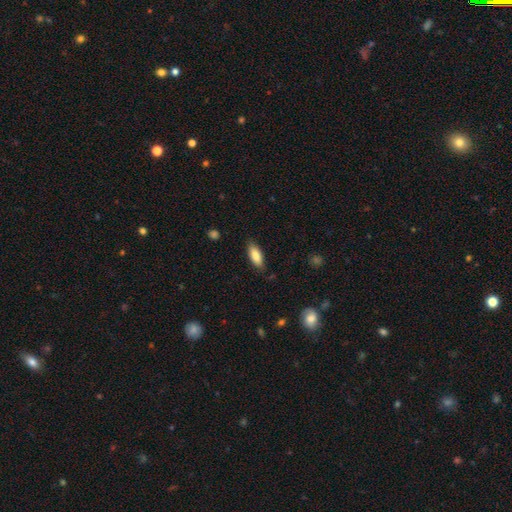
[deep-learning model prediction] smooth 85%, featured or disk 9%, star or artifact 6%. Down the decision tree: how rounded — in between (76%); merging — none (83%).